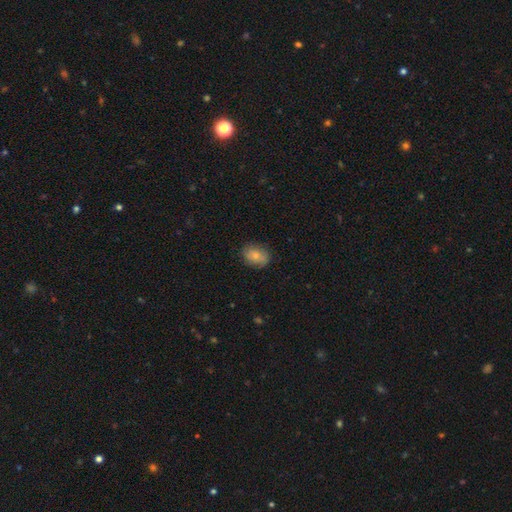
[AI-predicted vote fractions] smooth_or_featured: smooth (p=0.71) [alt: featured or disk p=0.21]
how_rounded: in between (p=0.64) [alt: round p=0.35]
merging: none (p=0.77) [alt: minor disturbance p=0.17]